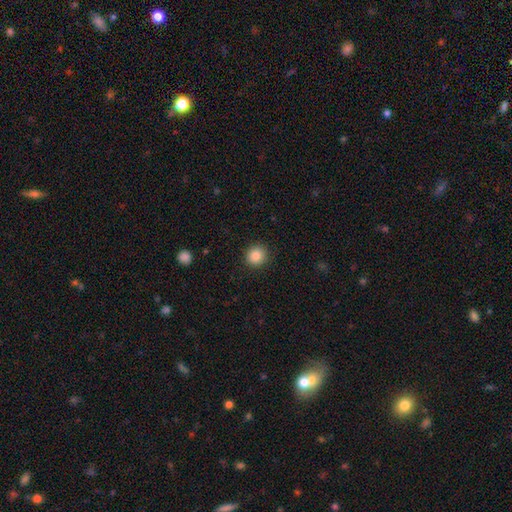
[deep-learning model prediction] Q: Smooth or featured?
A: smooth (87%); runner-up: star or artifact (10%)
Q: How rounded?
A: round (89%); runner-up: in between (10%)
Q: Merging?
A: none (90%); runner-up: minor disturbance (6%)